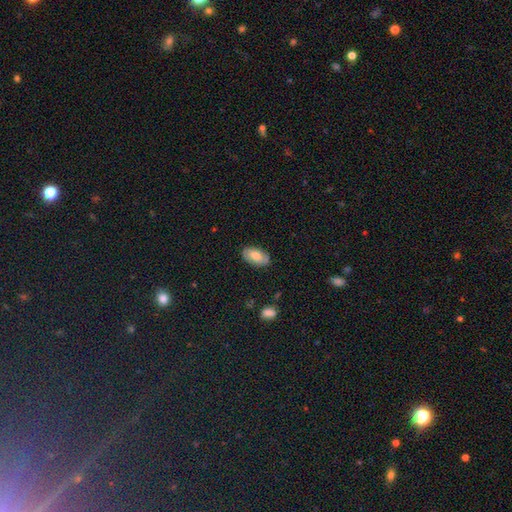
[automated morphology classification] Q: Smooth or featured?
A: smooth (73%); runner-up: featured or disk (20%)
Q: How rounded?
A: in between (94%); runner-up: round (4%)
Q: Merging?
A: none (81%); runner-up: minor disturbance (14%)